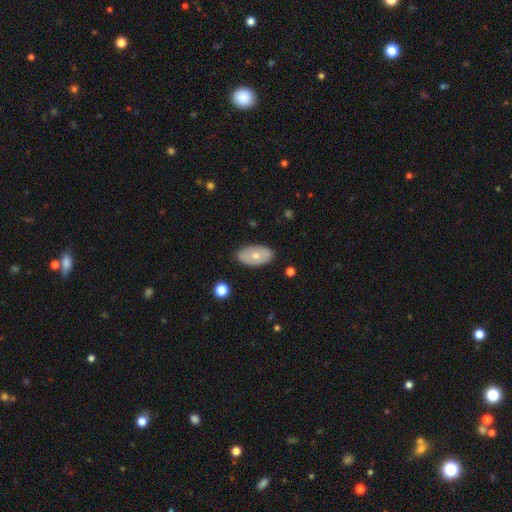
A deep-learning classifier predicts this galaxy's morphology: Overall: smooth (61%; featured or disk 33%). How rounded: in between (93%). Merging: none (84%).